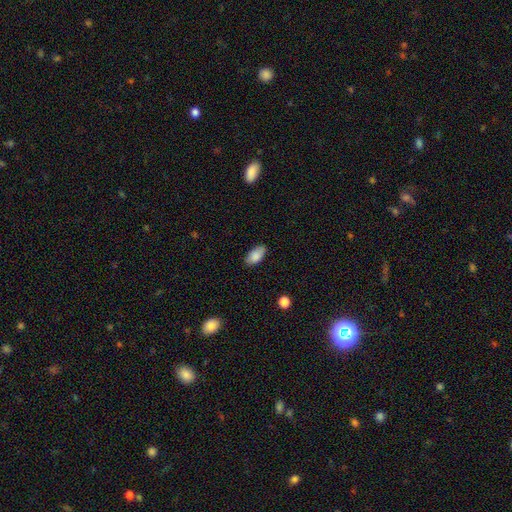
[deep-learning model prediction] Smooth or featured?
  - smooth: 85% *
  - featured or disk: 8%
  - star or artifact: 7%
How rounded?
  - in between: 93% *
  - cigar-shaped: 4%
  - round: 3%
Merging?
  - none: 79% *
  - minor disturbance: 17%
  - major disturbance: 3%
  - merger: 1%